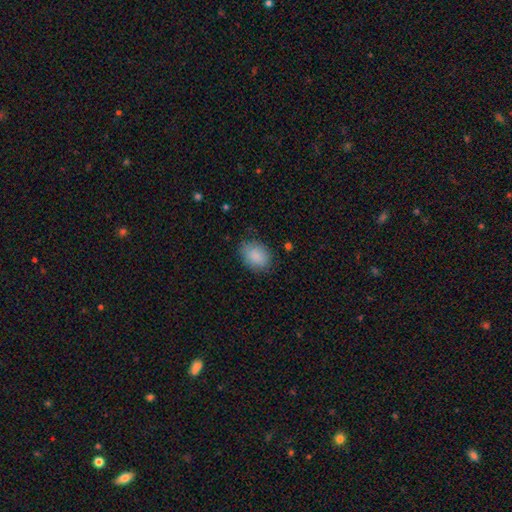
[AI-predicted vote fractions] This is clearly a smooth galaxy (88%). How rounded: likely in between (67%). Merging: likely none (80%).